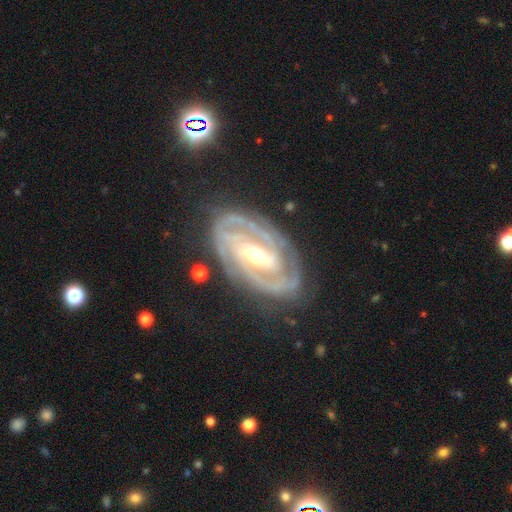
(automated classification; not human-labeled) Smooth or featured: featured or disk — 91% (smooth — 5%)
Edge-on disk: no — 96% (yes — 4%)
Bar: strong — 47% (weak — 34%)
Spiral arms: yes — 97% (no — 3%)
Spiral winding: tight — 68% (medium — 27%)
Spiral arm count: 2 — 63% (3 — 16%)
Bulge size: moderate — 65% (small — 27%)
Merging: none — 79% (minor disturbance — 14%)